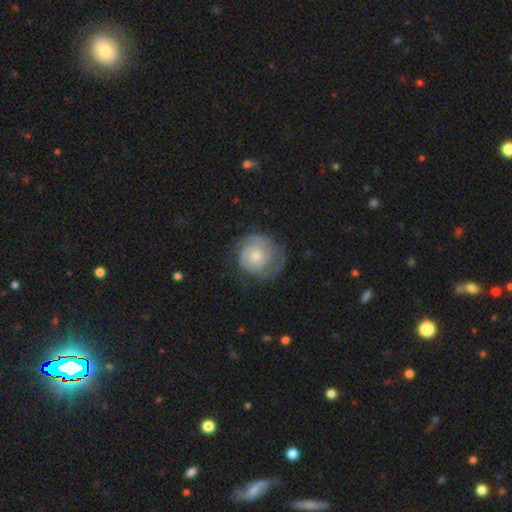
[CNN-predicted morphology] Smooth or featured? Predicted: featured or disk (p=0.74). Edge-on disk? Predicted: no (p=0.98). Bar? Predicted: no (p=0.76). Spiral arms? Predicted: yes (p=0.93). Spiral winding? Predicted: tight (p=0.68). Spiral arm count? Predicted: 2 (p=0.42). Bulge size? Predicted: moderate (p=0.49). Merging? Predicted: none (p=0.63).